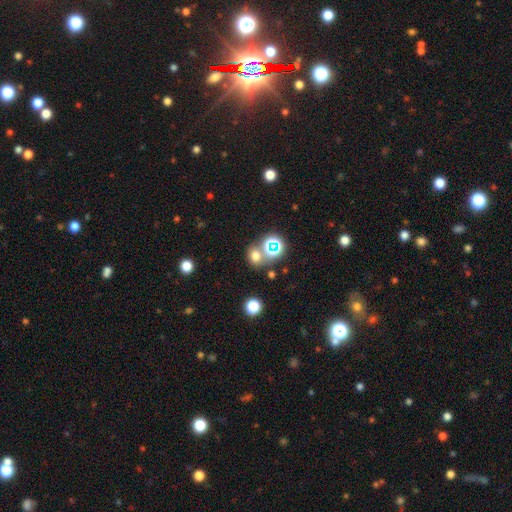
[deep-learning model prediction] A smooth galaxy with no disk features (61%) that is round (63%). Merging: none (58%).